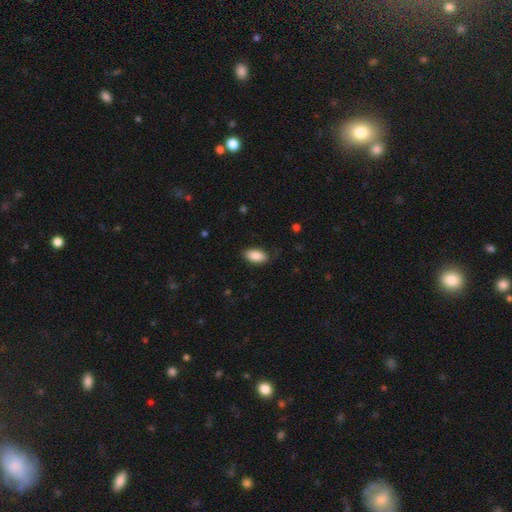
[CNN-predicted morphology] The model was most divided on "merging": none: 82%, minor disturbance: 14%, major disturbance: 3%, merger: 1%. More confident: how rounded — in between (93%); smooth or featured — smooth (88%).